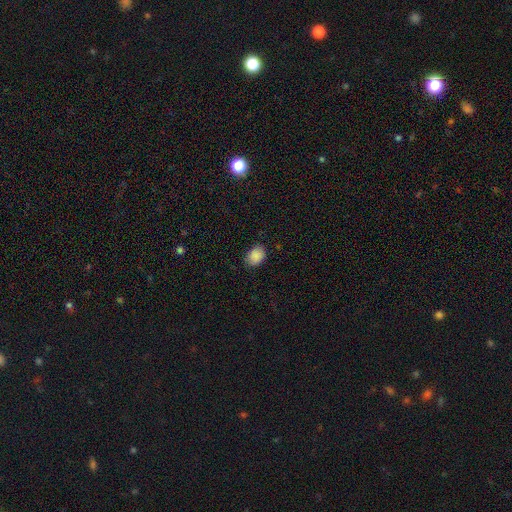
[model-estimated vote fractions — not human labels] Smooth or featured? Predicted: smooth (p=0.88). How rounded? Predicted: in between (p=0.67). Merging? Predicted: none (p=0.79).